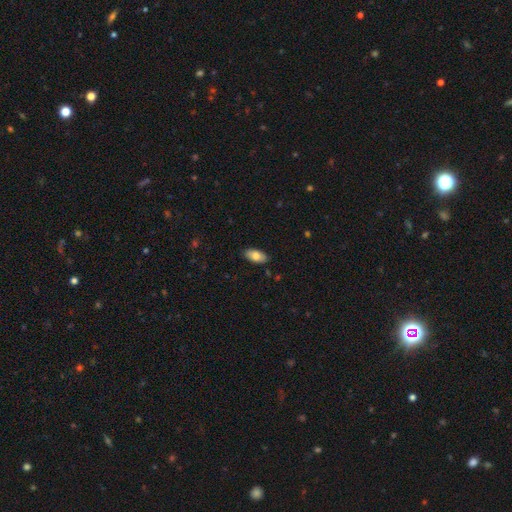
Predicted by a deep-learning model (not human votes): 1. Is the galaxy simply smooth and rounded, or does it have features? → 79% smooth, 15% featured or disk, 6% star or artifact.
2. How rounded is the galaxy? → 93% in between, 5% cigar-shaped, 2% round.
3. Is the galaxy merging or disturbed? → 88% none, 9% minor disturbance, 2% major disturbance, 1% merger.